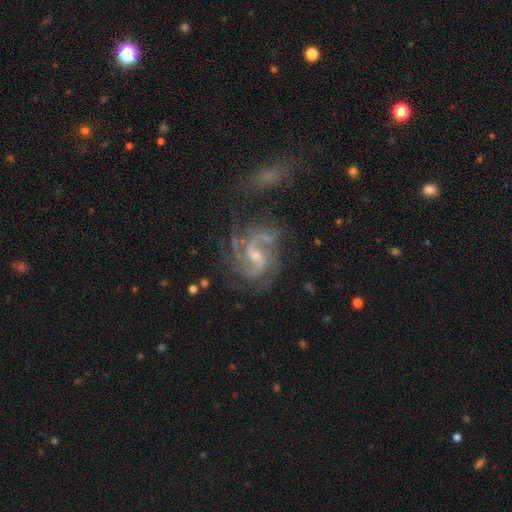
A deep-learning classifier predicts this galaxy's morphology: Smooth or featured?
  - featured or disk: 90% *
  - star or artifact: 6%
  - smooth: 4%
Edge-on disk?
  - no: 98% *
  - yes: 2%
Bar?
  - weak: 50% *
  - no: 35%
  - strong: 15%
Spiral arms?
  - yes: 98% *
  - no: 2%
Spiral winding?
  - medium: 55% *
  - tight: 30%
  - loose: 15%
Spiral arm count?
  - 2: 46% *
  - 3: 28%
  - can't tell: 10%
  - 4: 7%
  - 1: 5%
  - more than 4: 4%
Bulge size?
  - small: 53% *
  - moderate: 38%
  - none: 6%
  - large: 2%
  - dominant: 1%
Merging?
  - none: 59% *
  - minor disturbance: 19%
  - major disturbance: 14%
  - merger: 8%